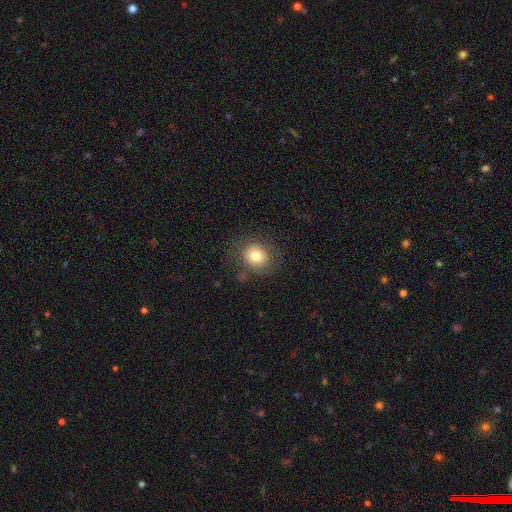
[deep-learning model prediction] smooth_or_featured: smooth (p=0.76) [alt: featured or disk p=0.13]
how_rounded: round (p=0.73) [alt: in between p=0.27]
merging: none (p=0.75) [alt: minor disturbance p=0.15]